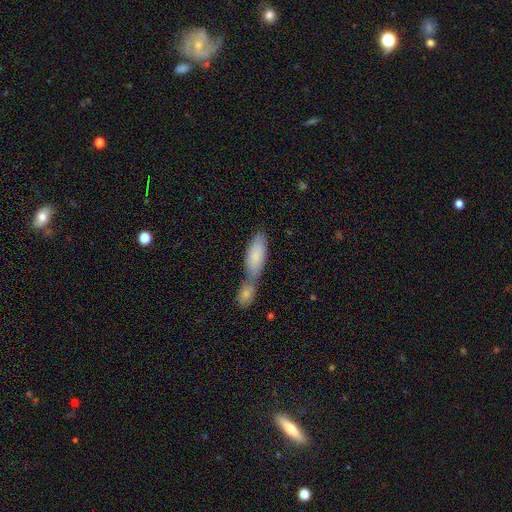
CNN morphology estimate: This is clearly a smooth galaxy (81%). How rounded: likely in between (68%). Merging: likely merger (61%).